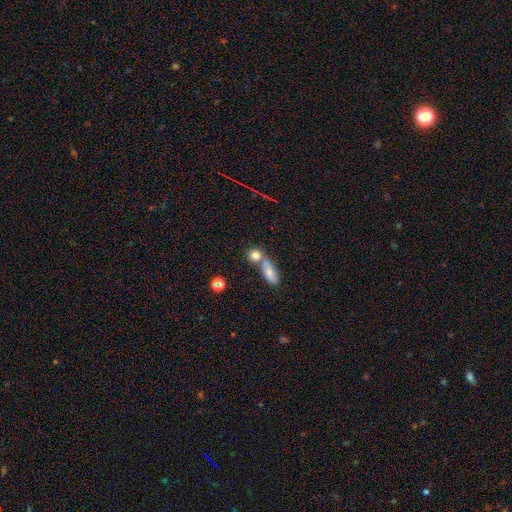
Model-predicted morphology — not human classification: Smooth or featured? Predicted: smooth (p=0.76). How rounded? Predicted: round (p=0.69). Merging? Predicted: none (p=0.50).